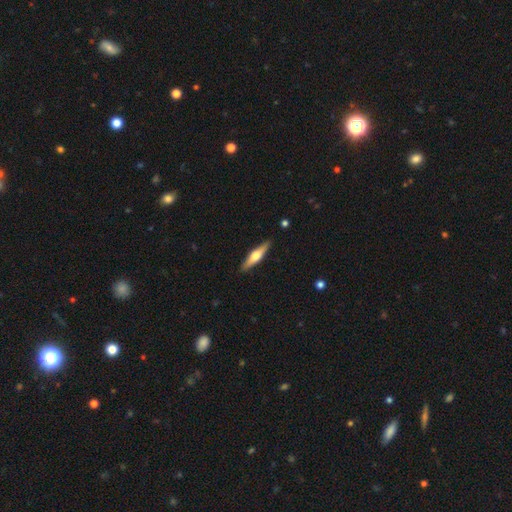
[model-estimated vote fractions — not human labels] Smooth or featured? featured or disk (55%)
Edge-on disk? yes (95%)
Edge-on bulge? rounded (92%)
Merging? none (89%)